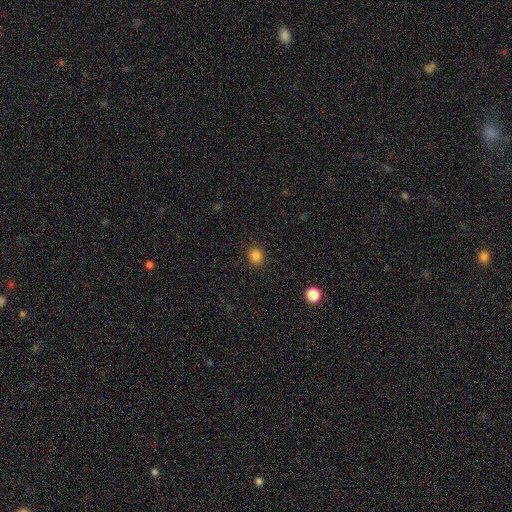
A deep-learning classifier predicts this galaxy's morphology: A smooth galaxy with no disk features (84%) that is round (76%). Merging: none (89%).